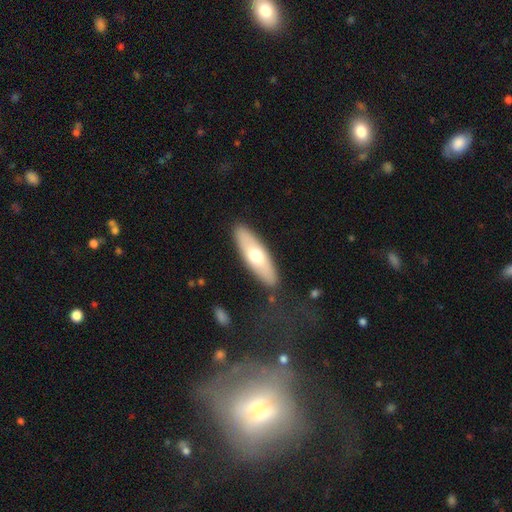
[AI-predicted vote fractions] This appears to be a smooth galaxy with no disk features (59%) that is in between round and cigar-shaped (49%, tied with cigar-shaped). Merging: none (87%).